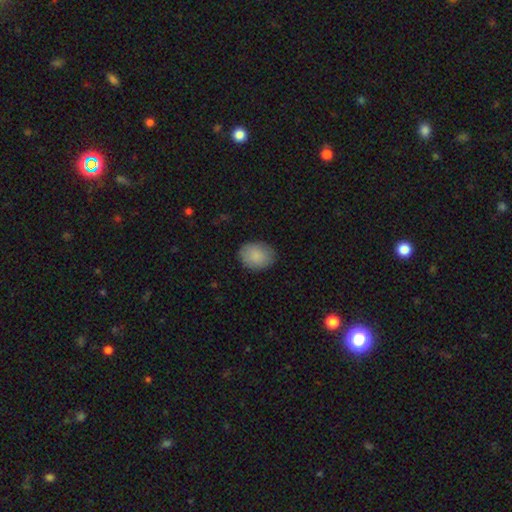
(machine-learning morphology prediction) A smooth galaxy with no disk features (88%) that is in between round and cigar-shaped (56%). Merging: none (84%).